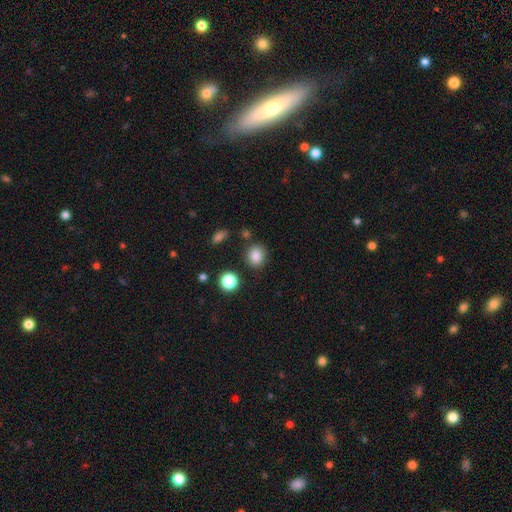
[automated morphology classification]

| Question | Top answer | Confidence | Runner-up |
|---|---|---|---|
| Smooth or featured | smooth | 84% | star or artifact (11%) |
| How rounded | round | 74% | in between (25%) |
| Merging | none | 82% | minor disturbance (10%) |